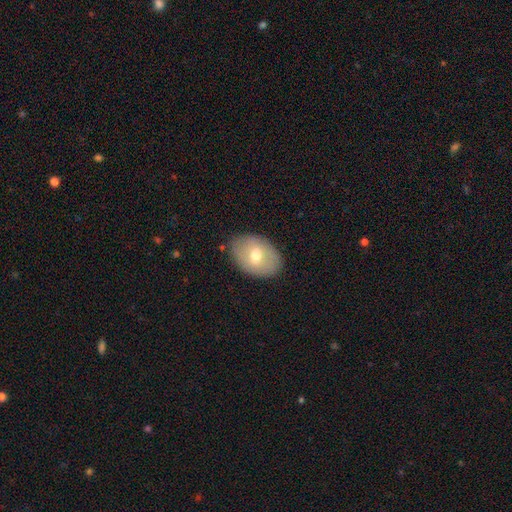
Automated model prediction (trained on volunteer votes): The model was most divided on "smooth or featured": smooth: 63%, featured or disk: 30%, star or artifact: 7%. More confident: merging — none (83%); how rounded — in between (81%).